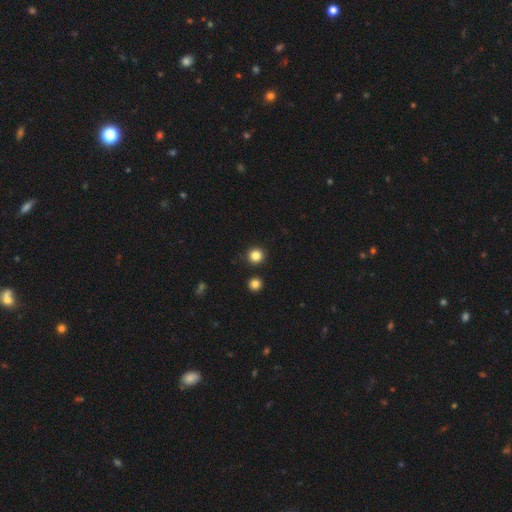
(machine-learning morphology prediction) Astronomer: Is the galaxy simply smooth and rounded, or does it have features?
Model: smooth — 84%.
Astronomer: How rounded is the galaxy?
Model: round — 93%.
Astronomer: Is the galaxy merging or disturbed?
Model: none — 90%.